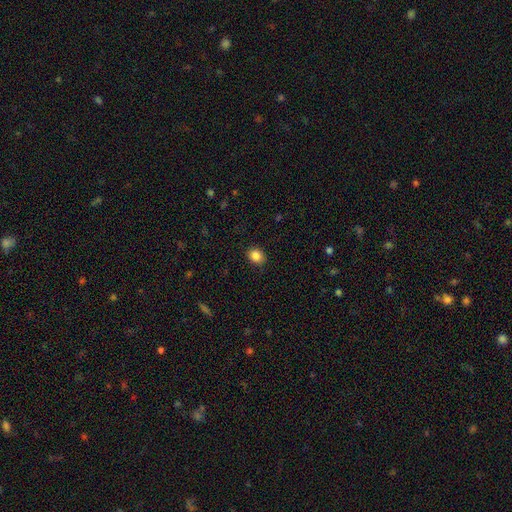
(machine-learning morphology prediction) The model was most divided on "how rounded": round: 59%, in between: 40%, cigar-shaped: 1%. More confident: merging — none (89%); smooth or featured — smooth (86%).